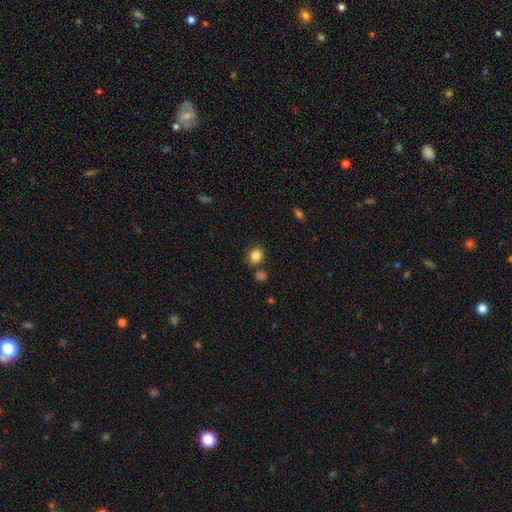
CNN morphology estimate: Smooth or featured? smooth (84%)
How rounded? round (70%)
Merging? none (78%)